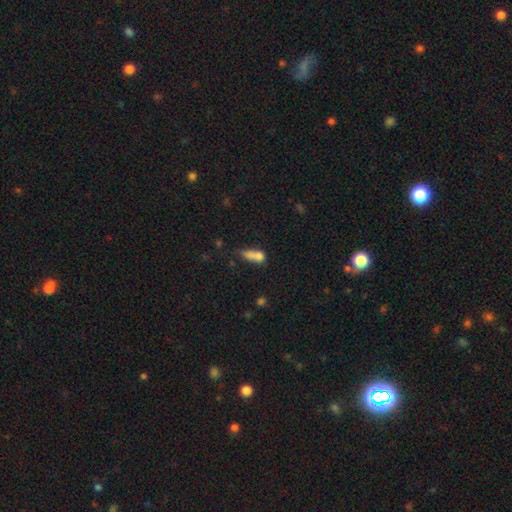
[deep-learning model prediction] A smooth galaxy with no disk features (73%) that is in between round and cigar-shaped (61%). Merging: merger (46%).